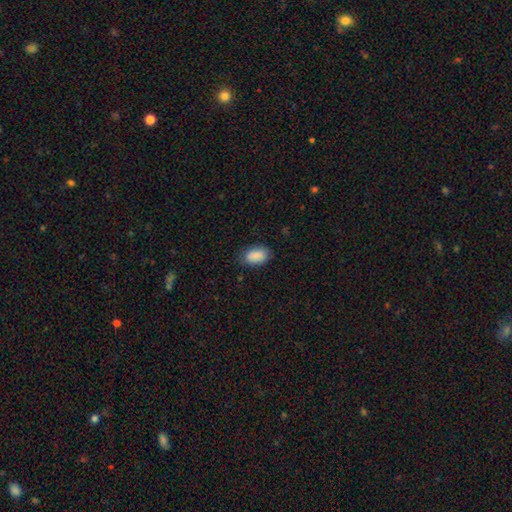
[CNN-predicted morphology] smooth 89%, star or artifact 7%, featured or disk 4%. Down the decision tree: how rounded — in between (92%); merging — none (80%).